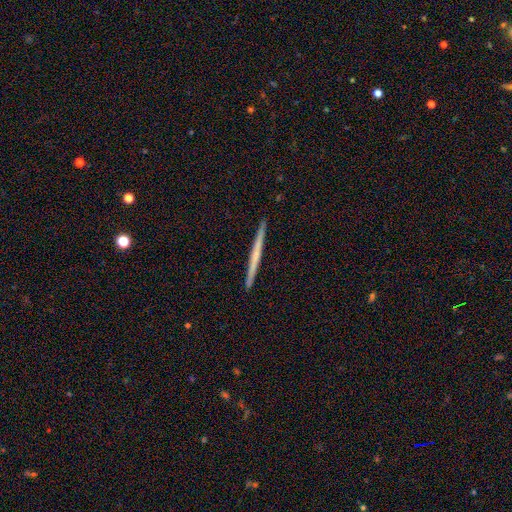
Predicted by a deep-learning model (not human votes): A featured or disk galaxy (58%) viewed edge-on (98%) with no central bulge (70%).

Vote fractions:
- Smooth or featured? featured or disk: 58% / smooth: 37% / star or artifact: 6%
- Edge-on disk? yes: 98% / no: 2%
- Edge-on bulge? none: 70% / rounded: 24% / boxy: 6%
- Merging? none: 93% / minor disturbance: 5% / major disturbance: 1% / merger: 1%